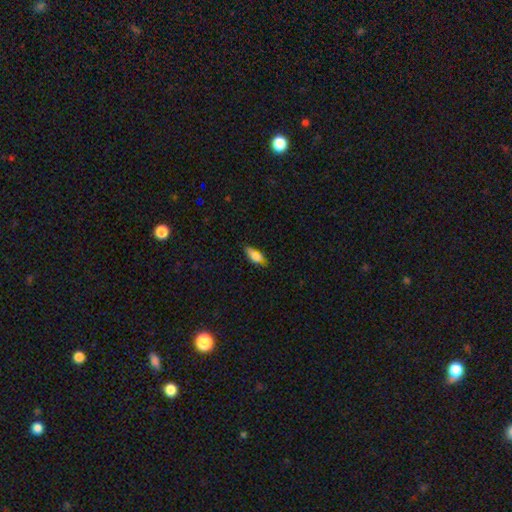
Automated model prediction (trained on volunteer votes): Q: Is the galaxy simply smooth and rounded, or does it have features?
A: smooth — 75%.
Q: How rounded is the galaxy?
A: in between — 75%.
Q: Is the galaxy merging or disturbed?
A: none — 51%.